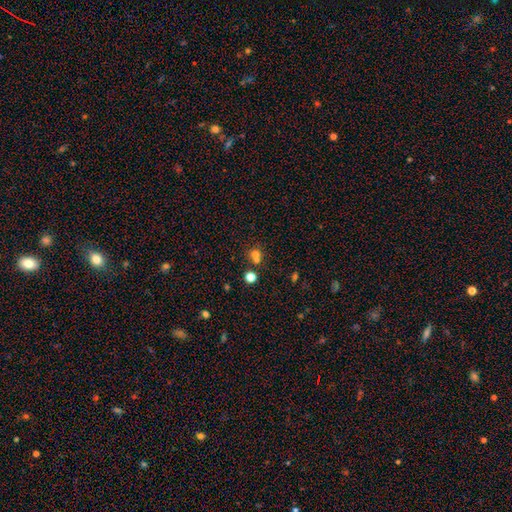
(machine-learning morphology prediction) Smooth or featured: smooth — 69% (star or artifact — 20%)
How rounded: round — 85% (in between — 14%)
Merging: none — 51% (merger — 39%)